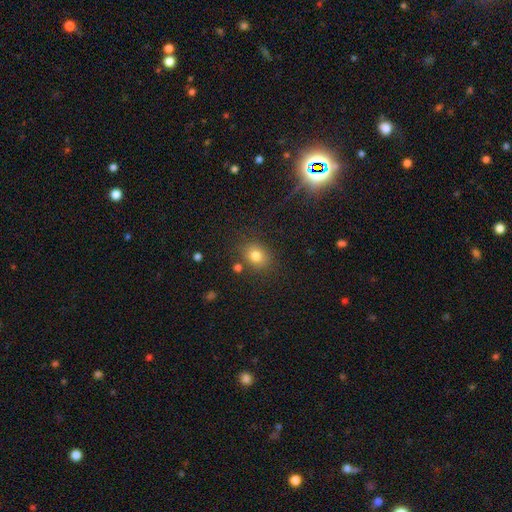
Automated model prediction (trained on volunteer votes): Overall: smooth (78%). How rounded: round (55%; in between 44%). Merging: none (79%).